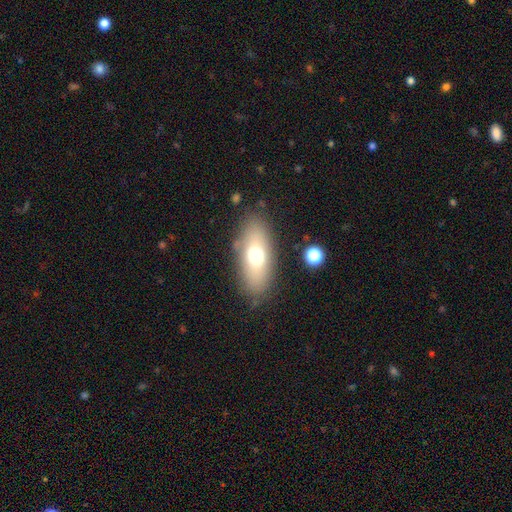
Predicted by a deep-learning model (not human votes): smooth_or_featured: smooth (p=0.65) [alt: featured or disk p=0.24]
how_rounded: in between (p=0.81) [alt: cigar-shaped p=0.12]
merging: none (p=0.81) [alt: minor disturbance p=0.11]